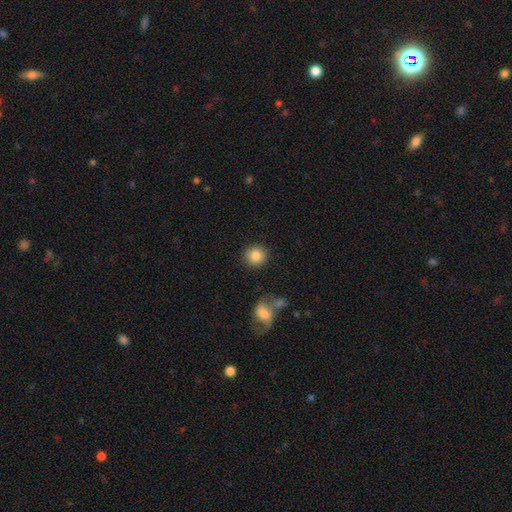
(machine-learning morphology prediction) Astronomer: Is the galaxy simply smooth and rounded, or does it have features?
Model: smooth — 85%.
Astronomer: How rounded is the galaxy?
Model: round — 92%.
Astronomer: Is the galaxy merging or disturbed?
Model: none — 88%.